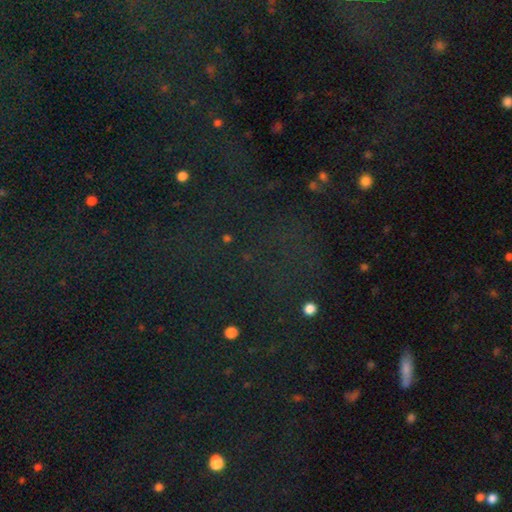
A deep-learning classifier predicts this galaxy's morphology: smooth_or_featured: star or artifact (p=0.73) [alt: smooth p=0.17]